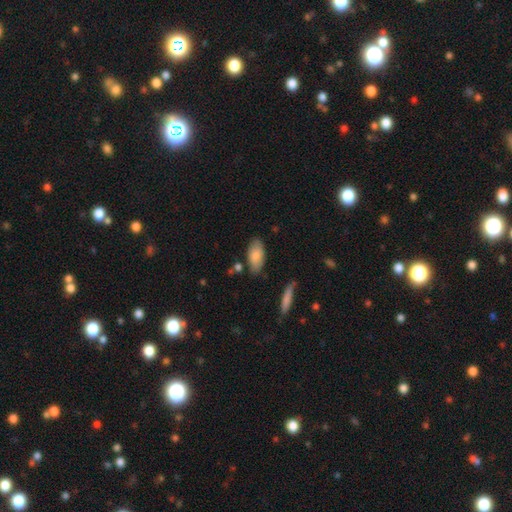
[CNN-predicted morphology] Smooth or featured? smooth (84%)
How rounded? in between (91%)
Merging? none (80%)